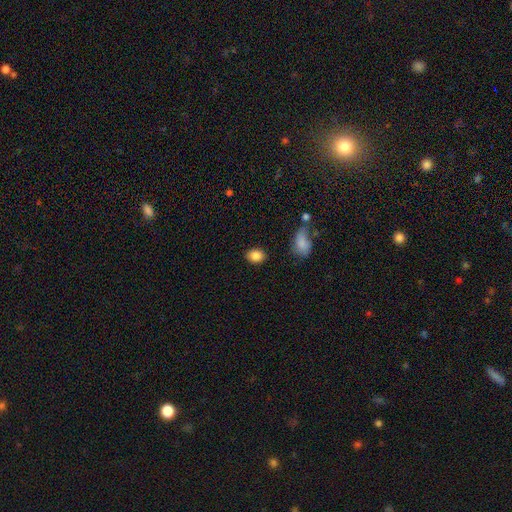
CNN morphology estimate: smooth-or-featured: smooth: 87% | star or artifact: 8% | featured or disk: 5%
  how-rounded: in between: 66% | round: 33% | cigar-shaped: 1%
  merging: none: 86% | minor disturbance: 9% | major disturbance: 3% | merger: 2%